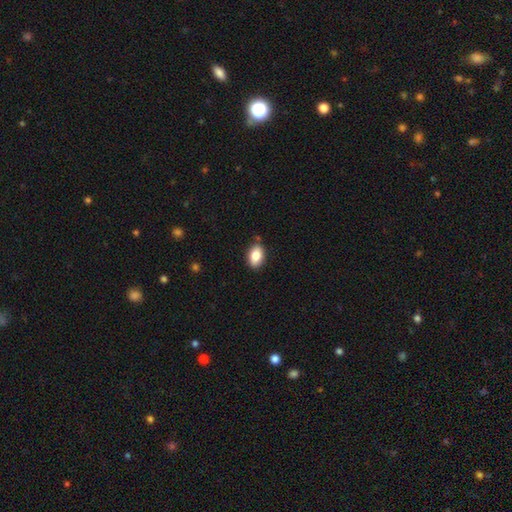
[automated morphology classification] type=smooth (84%); roundness=in between (90%); merging=none (86%).